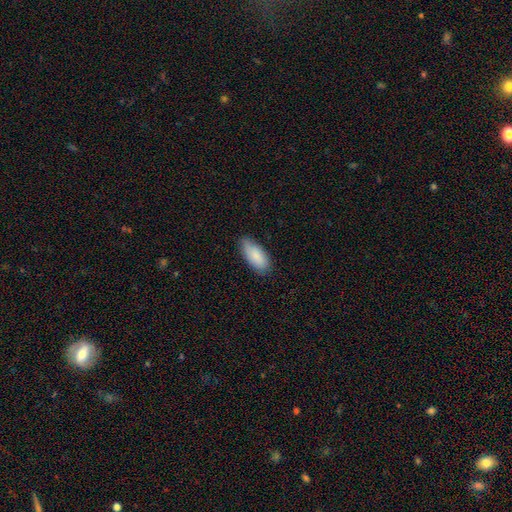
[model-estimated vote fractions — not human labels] Smooth or featured? Predicted: smooth (p=0.86). How rounded? Predicted: in between (p=0.87). Merging? Predicted: none (p=0.75).